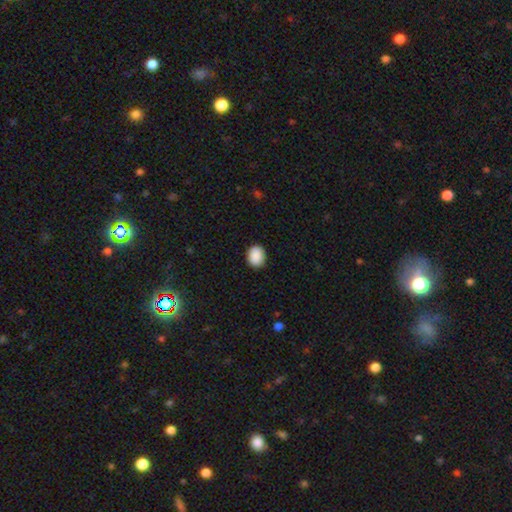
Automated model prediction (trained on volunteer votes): Morphology: type=smooth (90%); roundness=round (51%); merging=none (89%).